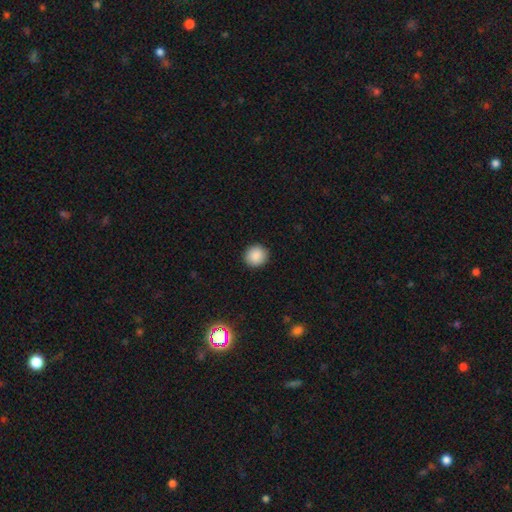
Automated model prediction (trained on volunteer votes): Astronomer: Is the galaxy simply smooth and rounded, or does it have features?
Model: smooth — 89%.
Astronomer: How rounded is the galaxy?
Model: round — 91%.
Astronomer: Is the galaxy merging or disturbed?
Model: none — 92%.